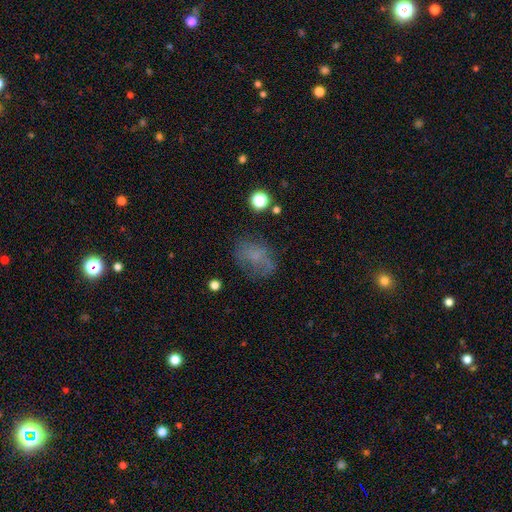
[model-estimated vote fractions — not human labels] Overall: smooth (56%; featured or disk 26%). How rounded: in between (67%; round 31%). Merging: none (53%; minor disturbance 24%).